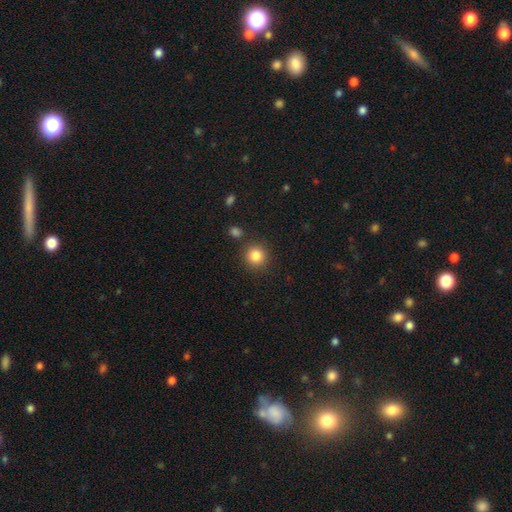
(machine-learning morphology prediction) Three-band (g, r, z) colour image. It shows a smooth galaxy with no disk features (84%) that is round (93%). Merging: none (87%).